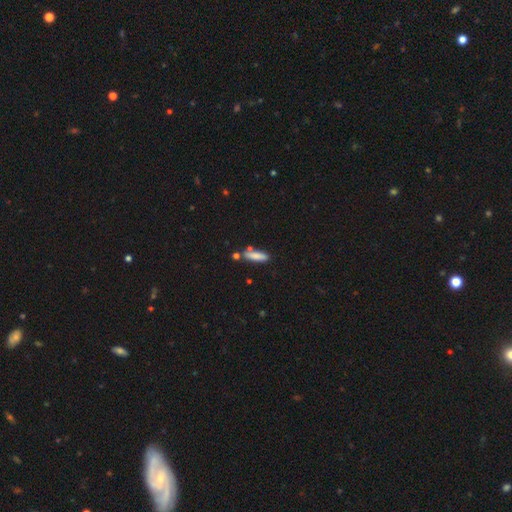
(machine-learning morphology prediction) Smooth or featured? Predicted: smooth (p=0.79). How rounded? Predicted: cigar-shaped (p=0.73). Merging? Predicted: none (p=0.71).